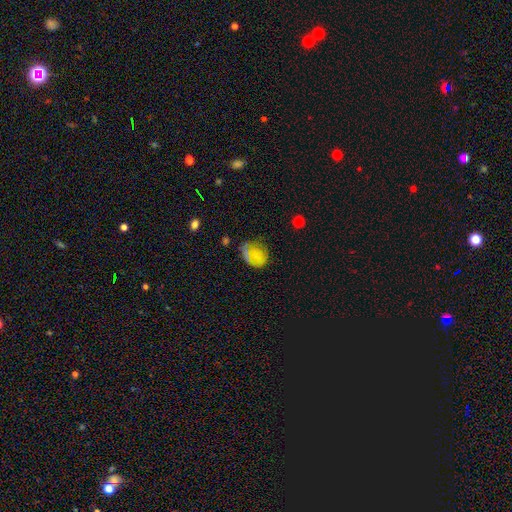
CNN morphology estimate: smooth_or_featured: smooth (p=0.60) [alt: featured or disk p=0.28]
how_rounded: round (p=0.55) [alt: in between p=0.43]
merging: none (p=0.50) [alt: minor disturbance p=0.28]